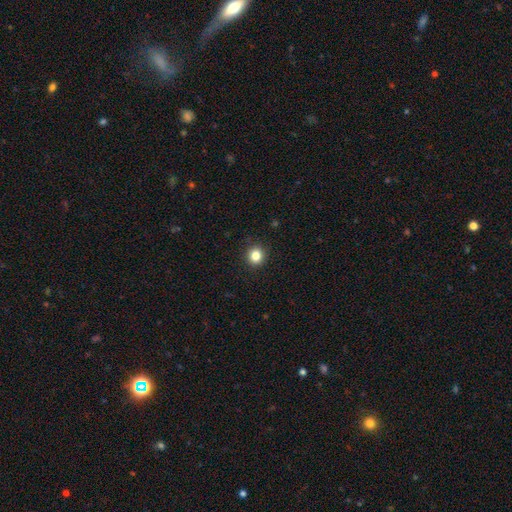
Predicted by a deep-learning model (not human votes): Smooth or featured?
  - smooth: 83% *
  - star or artifact: 12%
  - featured or disk: 5%
How rounded?
  - round: 88% *
  - in between: 11%
  - cigar-shaped: 1%
Merging?
  - none: 92% *
  - minor disturbance: 6%
  - major disturbance: 2%
  - merger: 1%